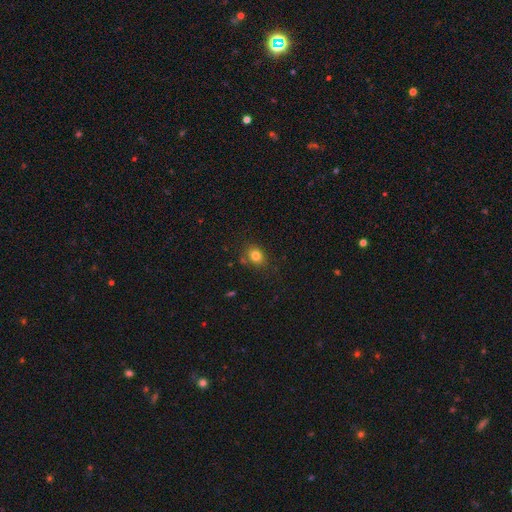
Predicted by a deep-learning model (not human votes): This is likely a smooth galaxy (80%). How rounded: possibly in between (54%). Merging: likely none (76%).